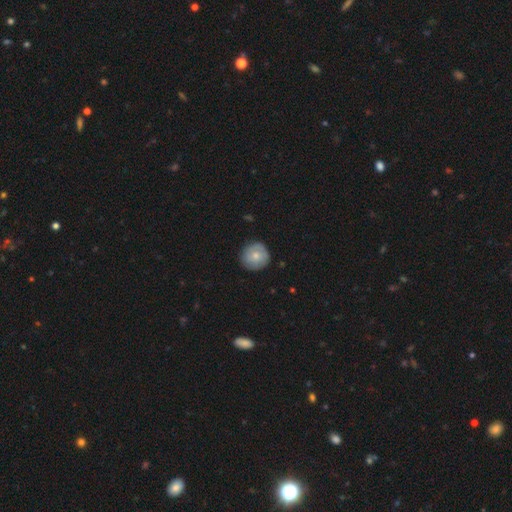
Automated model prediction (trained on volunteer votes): This appears to be a smooth galaxy with no disk features (67%) that is round (92%). Merging: none (85%).